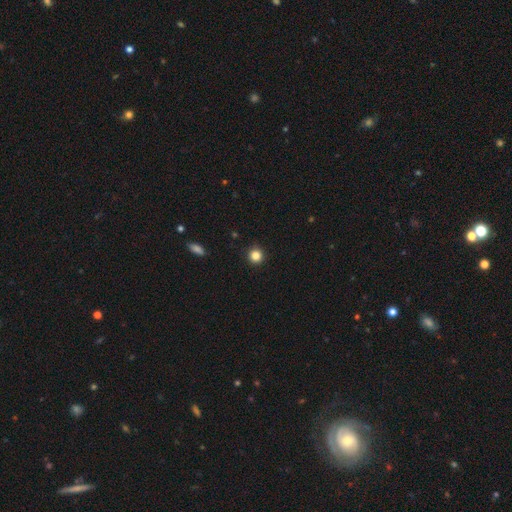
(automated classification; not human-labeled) This appears to be a smooth galaxy with no disk features (83%) that is round (95%). Merging: none (92%).